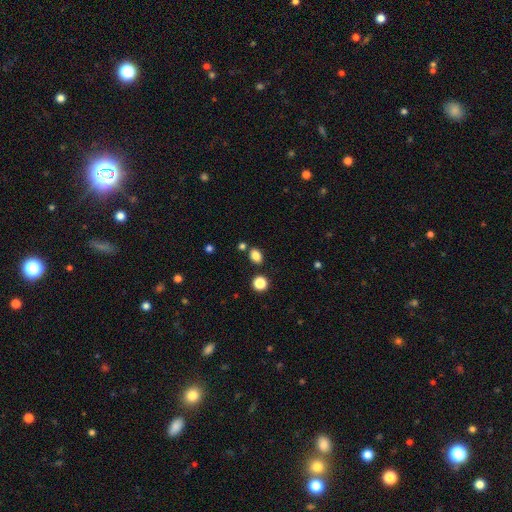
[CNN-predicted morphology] This appears to be a smooth galaxy with no disk features (84%) that is in between round and cigar-shaped (71%). Merging: none (79%).